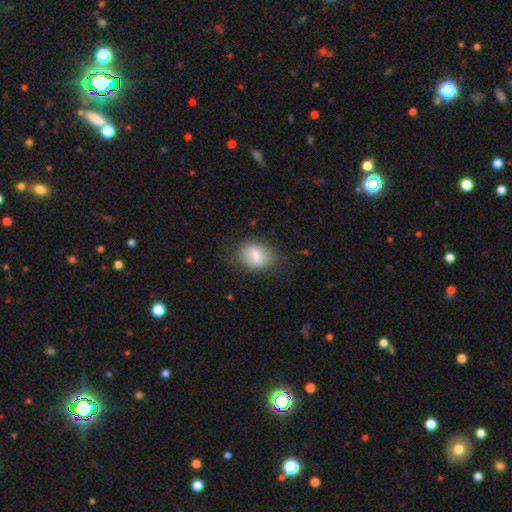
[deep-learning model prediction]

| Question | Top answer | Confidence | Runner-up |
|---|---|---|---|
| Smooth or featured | smooth | 80% | featured or disk (13%) |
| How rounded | in between | 68% | round (31%) |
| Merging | none | 73% | minor disturbance (20%) |